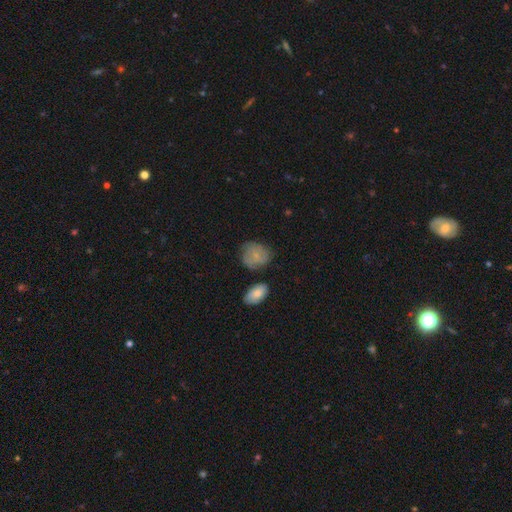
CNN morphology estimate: Q: Smooth or featured?
A: smooth (74%); runner-up: featured or disk (19%)
Q: How rounded?
A: round (63%); runner-up: in between (36%)
Q: Merging?
A: none (59%); runner-up: minor disturbance (26%)